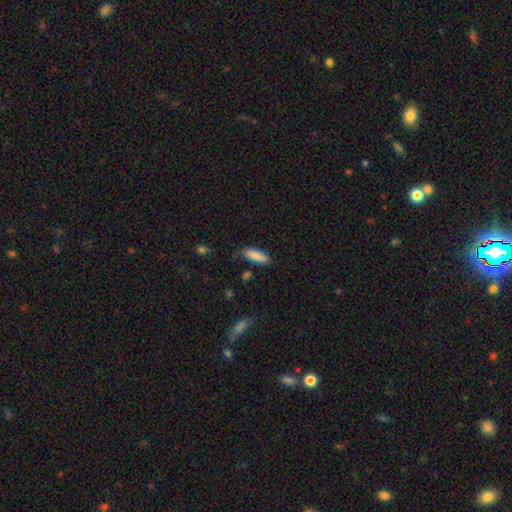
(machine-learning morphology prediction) Smooth or featured?
  - smooth: 87% *
  - featured or disk: 7%
  - star or artifact: 6%
How rounded?
  - in between: 61% *
  - cigar-shaped: 38%
  - round: 2%
Merging?
  - none: 75% *
  - minor disturbance: 19%
  - major disturbance: 4%
  - merger: 2%